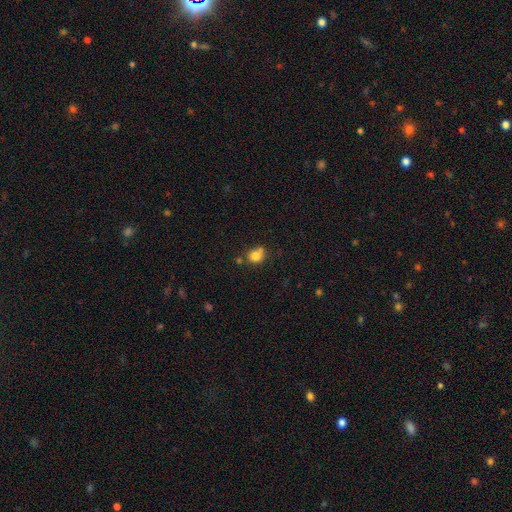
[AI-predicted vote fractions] Smooth or featured?
  - smooth: 80% *
  - star or artifact: 11%
  - featured or disk: 9%
How rounded?
  - round: 70% *
  - in between: 29%
  - cigar-shaped: 1%
Merging?
  - none: 52% *
  - merger: 24%
  - minor disturbance: 18%
  - major disturbance: 6%